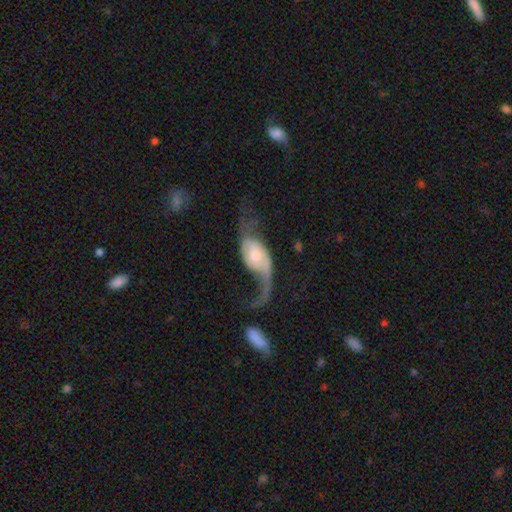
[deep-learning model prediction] A featured or disk galaxy (79%) with no bar (61%), 2 (72%) loose (87%) spiral arms (90%) and a moderate central bulge (59%).

Vote fractions:
- Smooth or featured? featured or disk: 79% / smooth: 16% / star or artifact: 5%
- Edge-on disk? no: 95% / yes: 5%
- Bar? no: 61% / weak: 31% / strong: 9%
- Spiral arms? yes: 90% / no: 10%
- Spiral winding? loose: 87% / medium: 10% / tight: 3%
- Spiral arm count? 2: 72% / 1: 22% / can't tell: 3% / 3: 1% / 4: 1% / more than 4: 1%
- Bulge size? moderate: 59% / small: 23% / large: 12% / none: 3% / dominant: 2%
- Merging? major disturbance: 45% / none: 34% / minor disturbance: 15% / merger: 6%